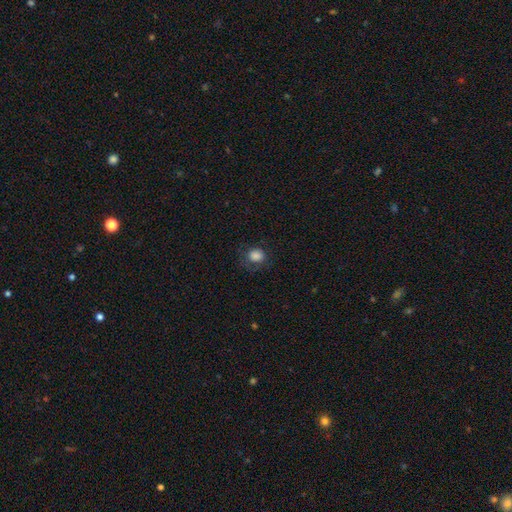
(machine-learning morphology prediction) Q: Smooth or featured?
A: smooth (81%); runner-up: star or artifact (11%)
Q: How rounded?
A: round (72%); runner-up: in between (27%)
Q: Merging?
A: none (64%); runner-up: minor disturbance (20%)